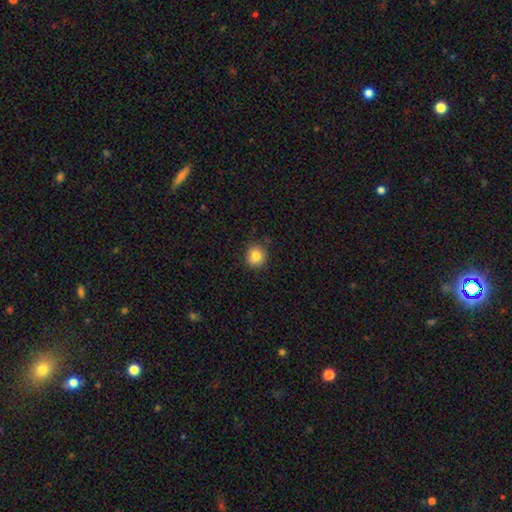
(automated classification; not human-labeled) This appears to be a smooth galaxy with no disk features (83%) that is round (90%). Merging: none (85%).